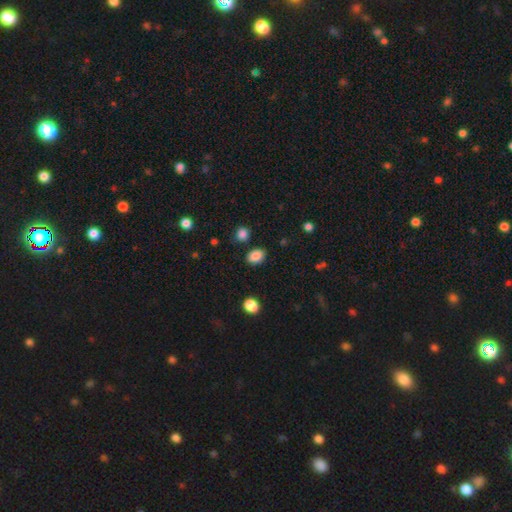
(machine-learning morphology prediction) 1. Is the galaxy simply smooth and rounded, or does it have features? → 86% smooth, 10% star or artifact, 4% featured or disk.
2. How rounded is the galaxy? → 69% in between, 30% round, 1% cigar-shaped.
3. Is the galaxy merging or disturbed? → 84% none, 10% minor disturbance, 3% merger, 3% major disturbance.